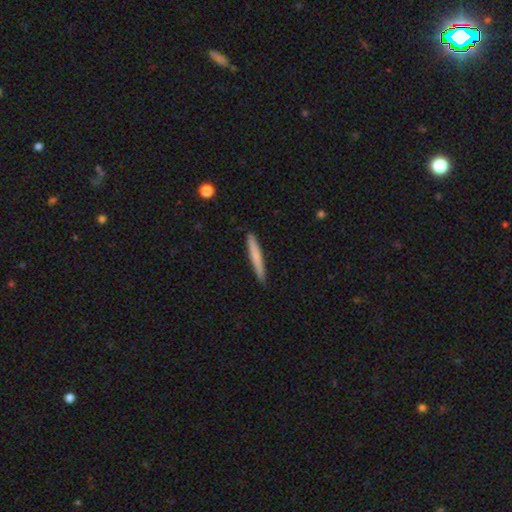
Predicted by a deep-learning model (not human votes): smooth 70%, featured or disk 24%, star or artifact 6%. Down the decision tree: how rounded — cigar-shaped (96%); merging — none (90%).